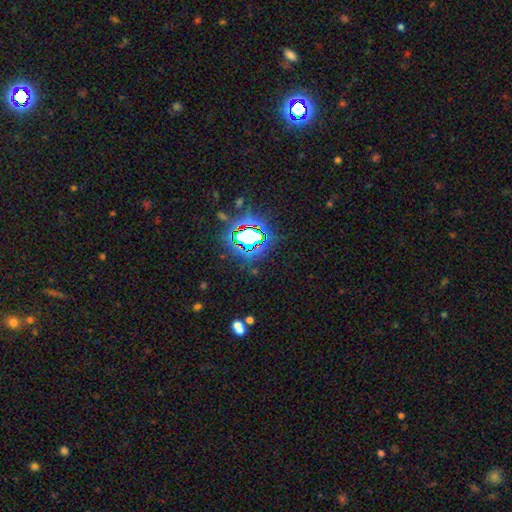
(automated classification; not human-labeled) Smooth or featured?
  - star or artifact: 81% *
  - smooth: 11%
  - featured or disk: 8%